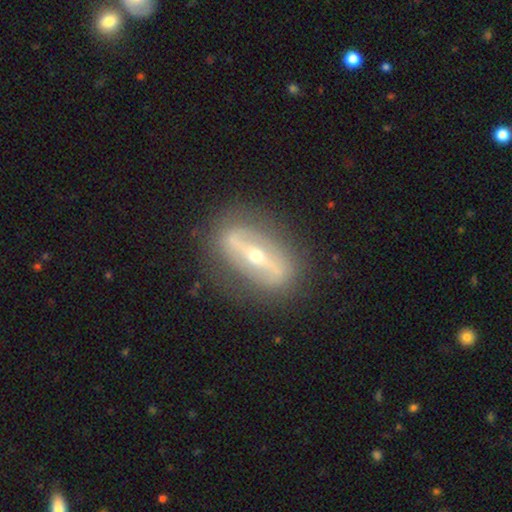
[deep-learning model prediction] Morphology: type=featured or disk (81%); edge-on=no (71%); bar=strong (76%); spiral arms=no (58%); bulge=moderate (48%, tied with small); merging=none (84%).